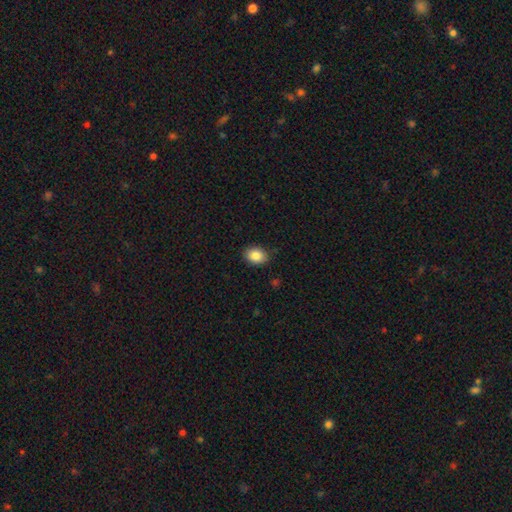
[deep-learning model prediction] The model was most divided on "how rounded": in between: 65%, round: 34%, cigar-shaped: 1%. More confident: smooth or featured — smooth (86%); merging — none (85%).